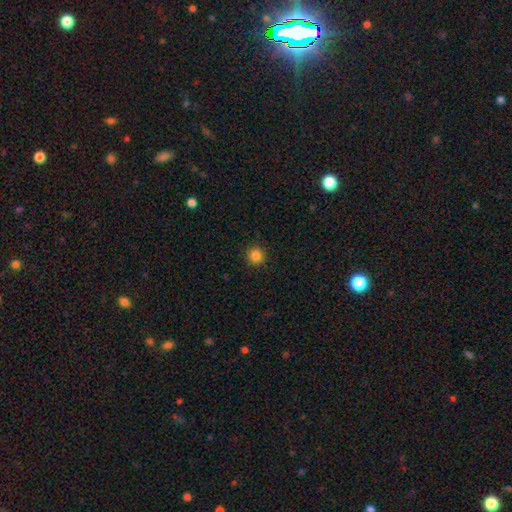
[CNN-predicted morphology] A smooth galaxy with no disk features (85%) that is round (94%). Merging: none (92%).